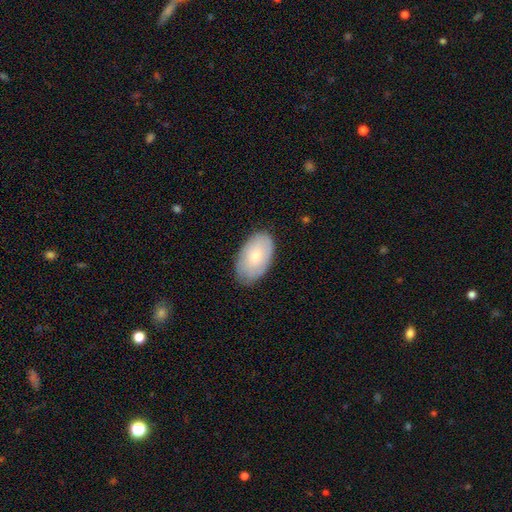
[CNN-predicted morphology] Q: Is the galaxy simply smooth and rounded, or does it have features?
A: smooth — 68%.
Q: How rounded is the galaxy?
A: in between — 93%.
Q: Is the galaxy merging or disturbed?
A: none — 81%.